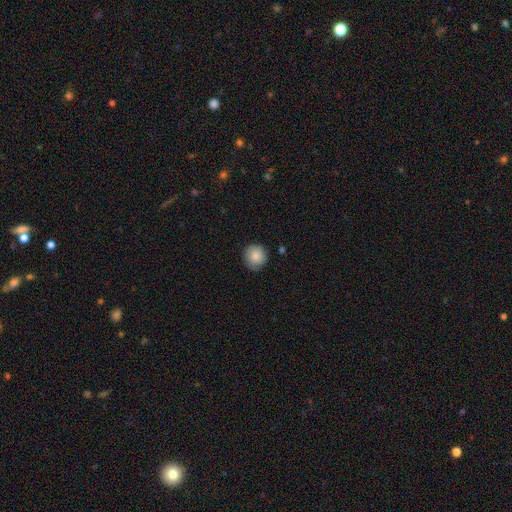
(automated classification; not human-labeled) Smooth or featured: smooth — 87% (star or artifact — 7%)
How rounded: round — 93% (in between — 6%)
Merging: none — 86% (minor disturbance — 11%)